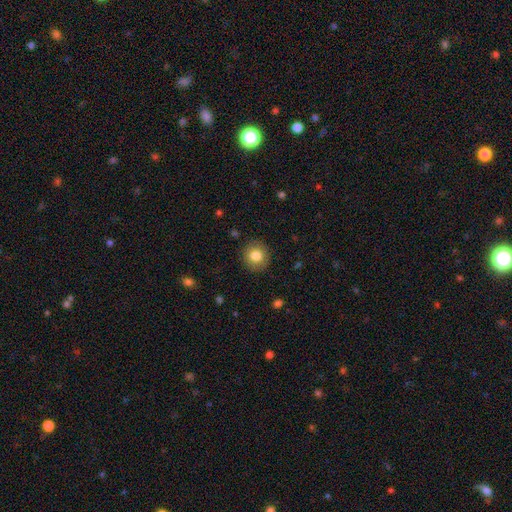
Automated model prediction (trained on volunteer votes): Morphology: type=smooth (81%); roundness=round (90%); merging=none (90%).